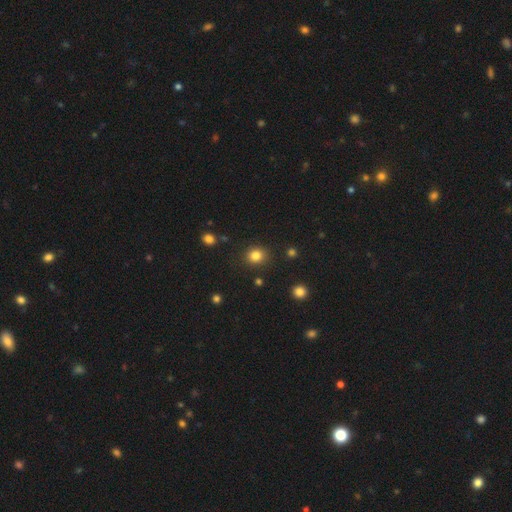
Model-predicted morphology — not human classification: Q: Smooth or featured?
A: smooth (83%); runner-up: star or artifact (12%)
Q: How rounded?
A: round (79%); runner-up: in between (20%)
Q: Merging?
A: none (88%); runner-up: minor disturbance (8%)